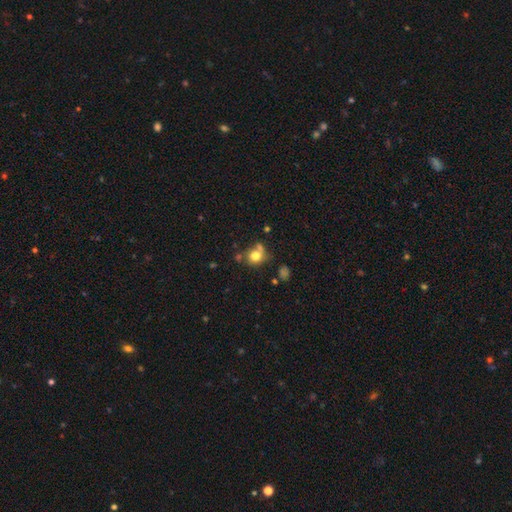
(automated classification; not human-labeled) The model was most divided on "merging": none: 57%, merger: 19%, minor disturbance: 17%, major disturbance: 7%. More confident: how rounded — round (77%); smooth or featured — smooth (77%).